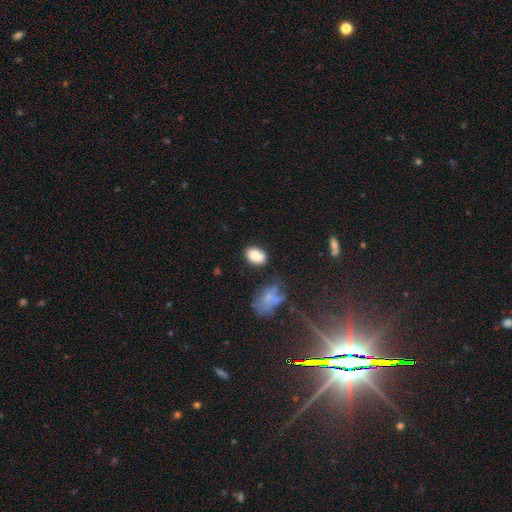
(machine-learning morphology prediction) Smooth or featured: smooth — 83% (star or artifact — 9%)
How rounded: in between — 83% (round — 15%)
Merging: none — 68% (minor disturbance — 19%)